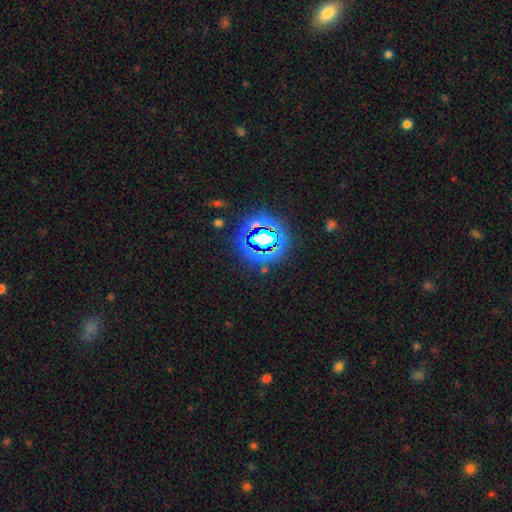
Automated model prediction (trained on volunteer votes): This appears to be a star or artifact, not a galaxy (78%).